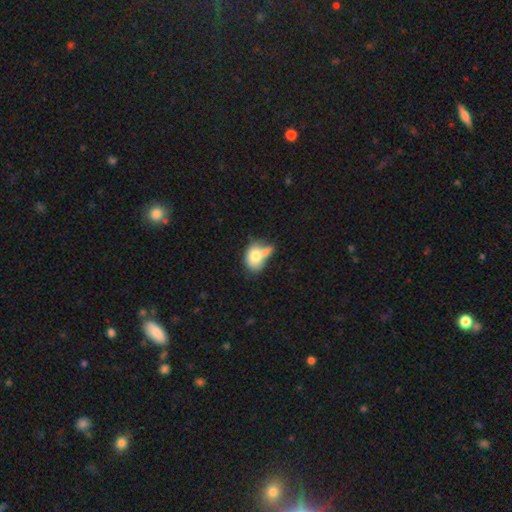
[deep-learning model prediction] A smooth galaxy with no disk features (73%) that is in between round and cigar-shaped (71%).

Vote fractions:
- Smooth or featured? smooth: 73% / featured or disk: 19% / star or artifact: 8%
- How rounded? in between: 71% / round: 28% / cigar-shaped: 1%
- Merging? merger: 47% / none: 25% / minor disturbance: 17% / major disturbance: 11%